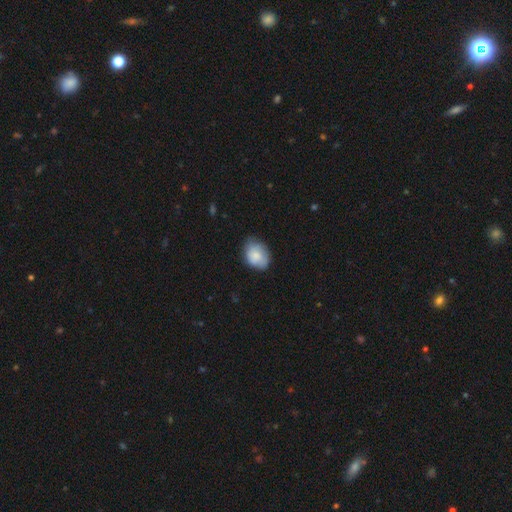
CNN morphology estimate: Smooth or featured? smooth (78%)
How rounded? in between (62%)
Merging? none (65%)